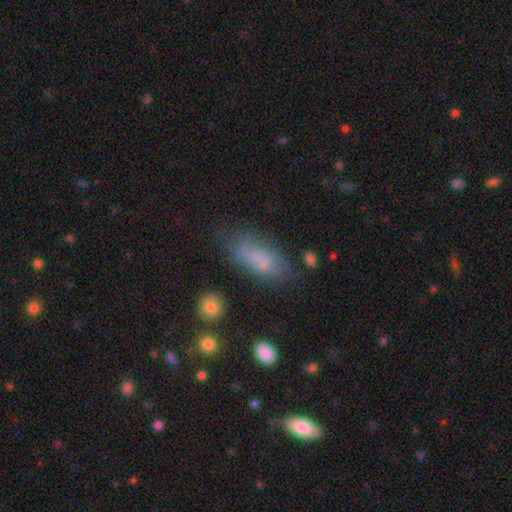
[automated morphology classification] Smooth or featured: smooth — 66% (featured or disk — 22%)
How rounded: in between — 80% (cigar-shaped — 17%)
Merging: none — 60% (minor disturbance — 25%)